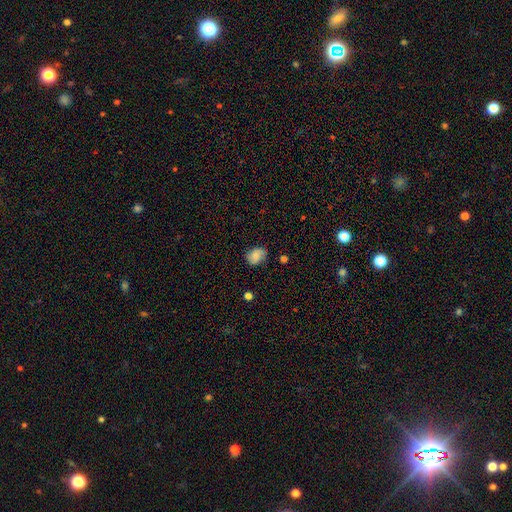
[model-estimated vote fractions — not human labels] A smooth galaxy with no disk features (67%) that is in between round and cigar-shaped (54%). Merging: none (71%).